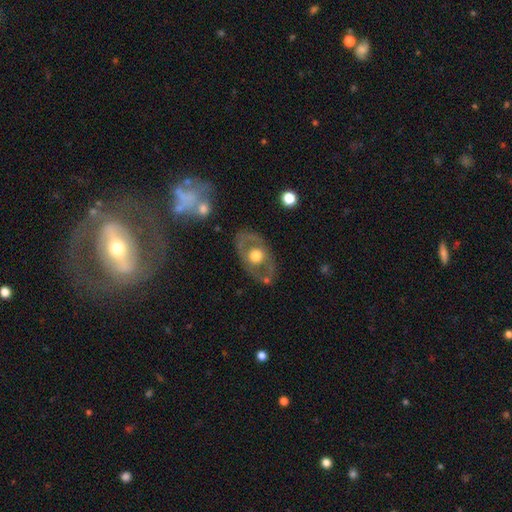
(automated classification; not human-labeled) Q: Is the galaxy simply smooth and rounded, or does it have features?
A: featured or disk — 58%.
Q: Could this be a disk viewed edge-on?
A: no — 88%.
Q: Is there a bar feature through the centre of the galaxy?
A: no — 86%.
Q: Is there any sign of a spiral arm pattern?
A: no — 82%.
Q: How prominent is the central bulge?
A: moderate — 55%.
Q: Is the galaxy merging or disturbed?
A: none — 76%.